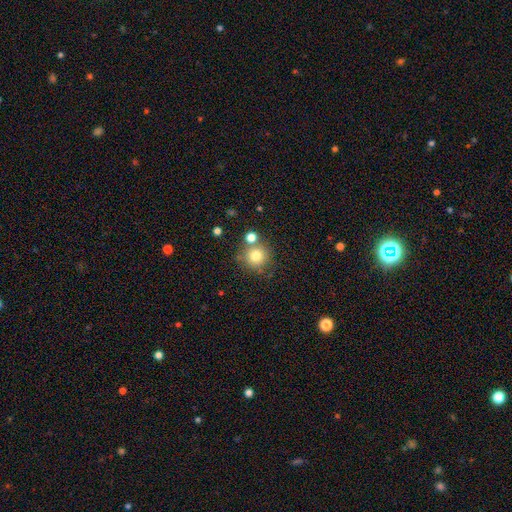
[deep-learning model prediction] Morphology: type=smooth (78%); roundness=round (92%); merging=none (69%).